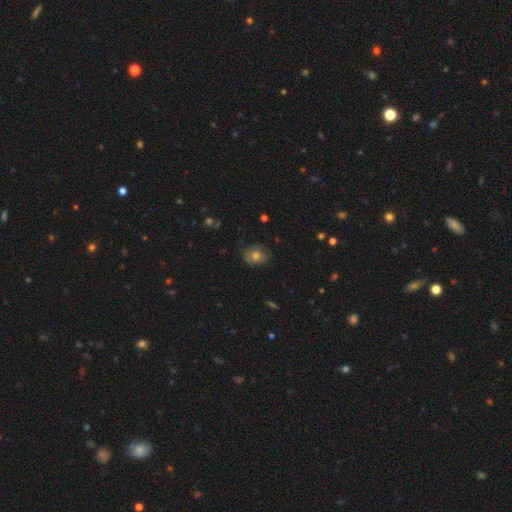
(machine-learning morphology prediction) This is likely a smooth galaxy (66%). How rounded: likely round (61%). Merging: likely none (77%).